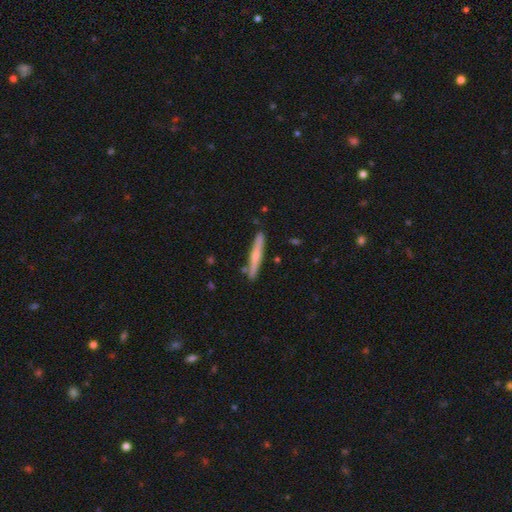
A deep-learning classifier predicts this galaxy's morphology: smooth_or_featured: smooth (p=0.53) [alt: featured or disk p=0.41]
how_rounded: cigar-shaped (p=0.95) [alt: in between p=0.03]
merging: none (p=0.85) [alt: minor disturbance p=0.10]